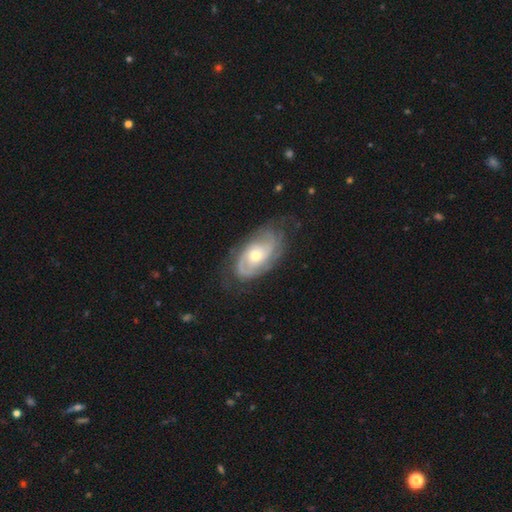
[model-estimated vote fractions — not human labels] Smooth or featured? featured or disk (84%)
Edge-on disk? no (96%)
Bar? no (74%)
Spiral arms? yes (94%)
Spiral winding? tight (60%)
Spiral arm count? 2 (45%)
Bulge size? moderate (63%)
Merging? none (70%)